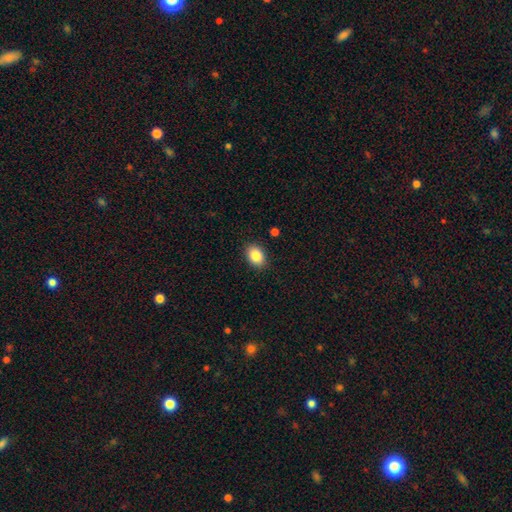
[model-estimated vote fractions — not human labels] This is clearly a smooth galaxy (86%). How rounded: likely in between (73%). Merging: clearly none (88%).